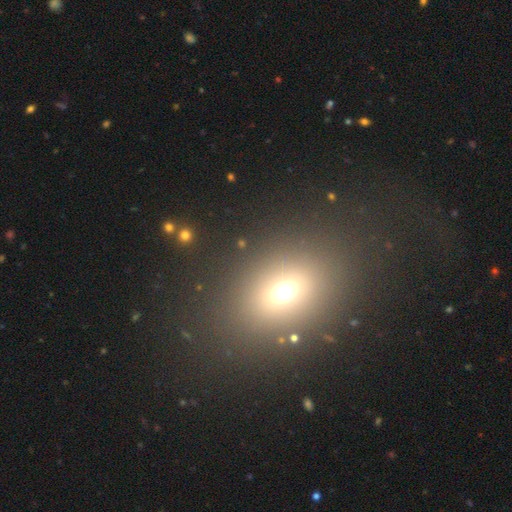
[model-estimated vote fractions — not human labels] Overall: smooth (62%; star or artifact 24%). How rounded: in between (65%; round 33%). Merging: none (80%).